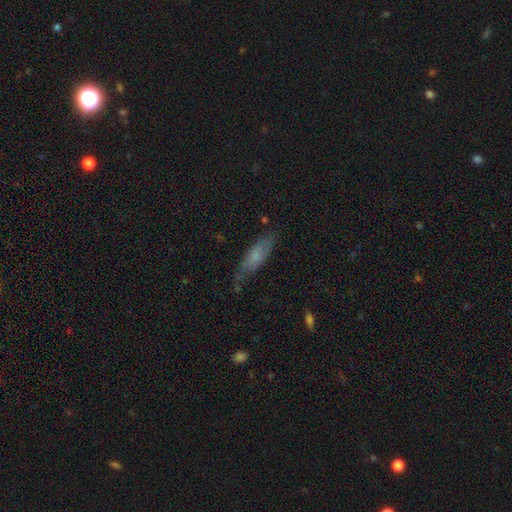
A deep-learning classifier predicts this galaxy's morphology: A smooth galaxy with no disk features (62%) that is cigar-shaped (60%).

Vote fractions:
- Smooth or featured? smooth: 62% / featured or disk: 29% / star or artifact: 9%
- How rounded? cigar-shaped: 60% / in between: 38% / round: 2%
- Merging? none: 63% / minor disturbance: 26% / major disturbance: 8% / merger: 3%